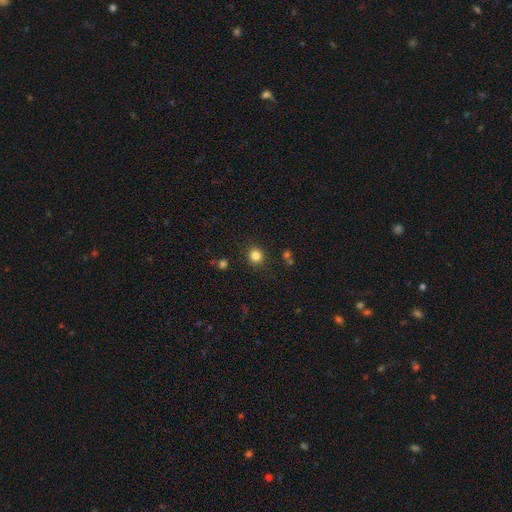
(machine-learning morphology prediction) type=smooth (83%); roundness=round (91%); merging=none (88%).